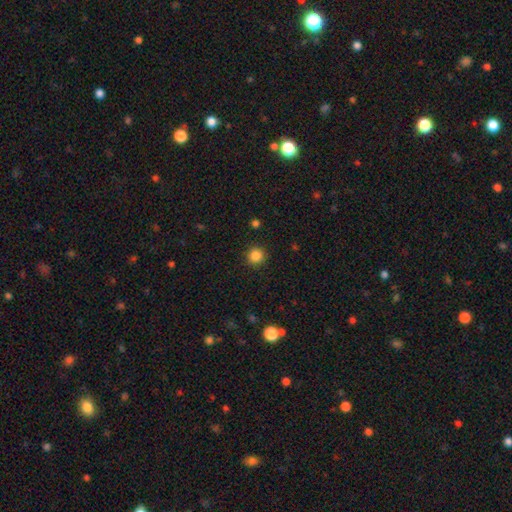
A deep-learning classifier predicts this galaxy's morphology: The model was most divided on "smooth or featured": smooth: 85%, star or artifact: 12%, featured or disk: 3%. More confident: how rounded — round (94%); merging — none (91%).